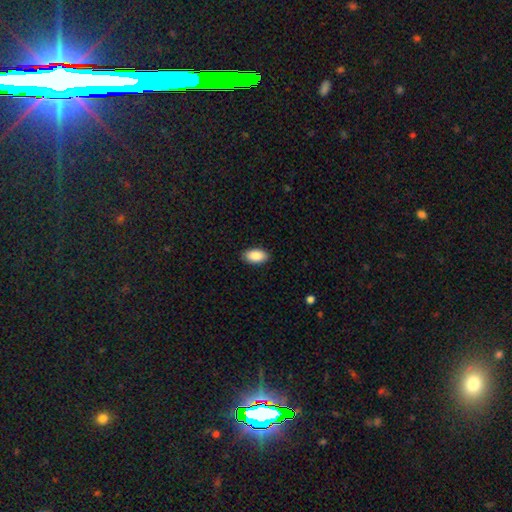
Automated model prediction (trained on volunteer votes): A smooth galaxy with no disk features (89%) that is in between round and cigar-shaped (95%). Merging: none (89%).